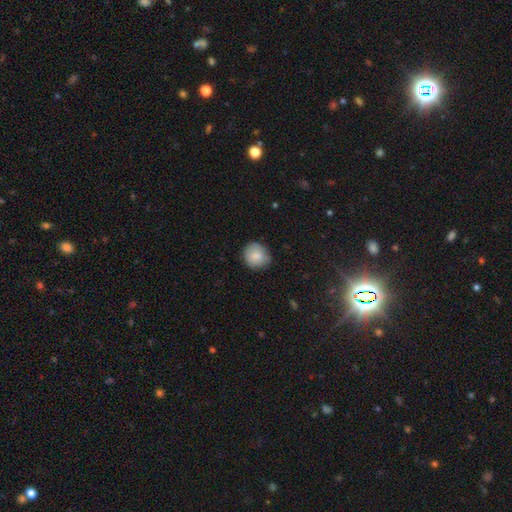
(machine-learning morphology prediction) type=smooth (84%); roundness=round (82%); merging=none (78%).